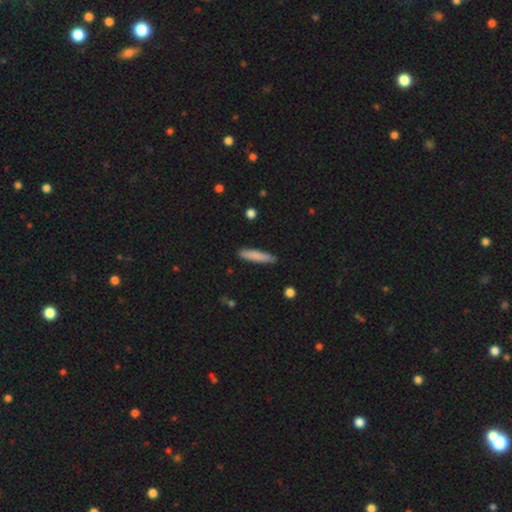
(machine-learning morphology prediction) type=smooth (82%); roundness=cigar-shaped (87%); merging=none (85%).